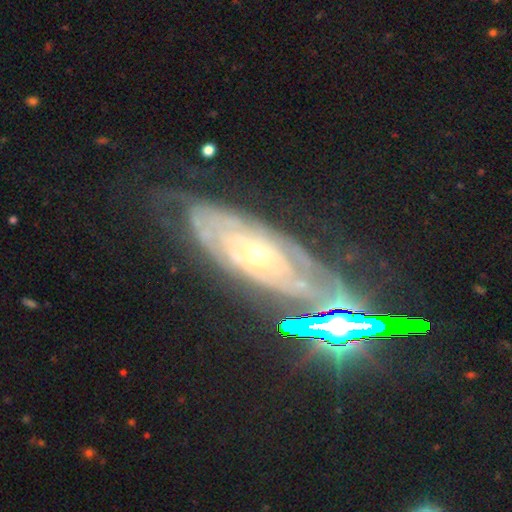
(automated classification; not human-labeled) A featured or disk galaxy (76%) with no bar (77%), tight (79%) spiral arms (89%) and a small central bulge (63%). Merging: none (73%).